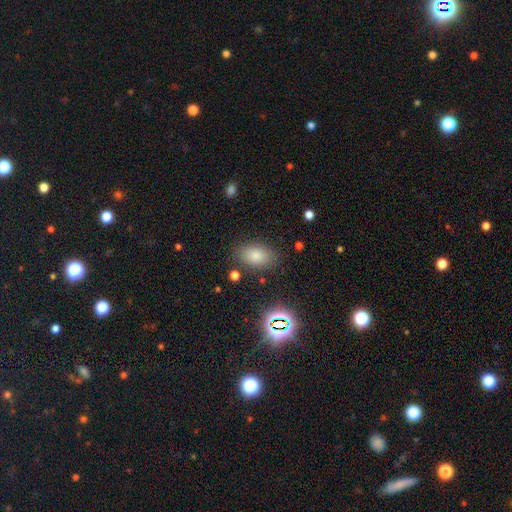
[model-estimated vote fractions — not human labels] smooth_or_featured: smooth (p=0.81) [alt: star or artifact p=0.12]
how_rounded: in between (p=0.88) [alt: round p=0.10]
merging: none (p=0.82) [alt: minor disturbance p=0.12]